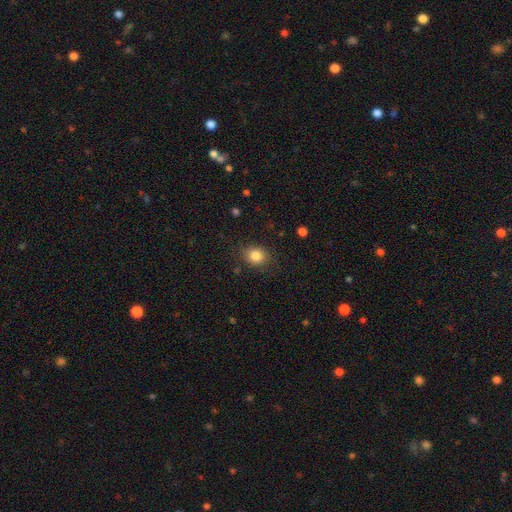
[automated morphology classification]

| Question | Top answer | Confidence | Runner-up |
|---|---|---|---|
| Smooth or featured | smooth | 84% | star or artifact (10%) |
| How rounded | round | 60% | in between (39%) |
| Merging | none | 84% | minor disturbance (11%) |